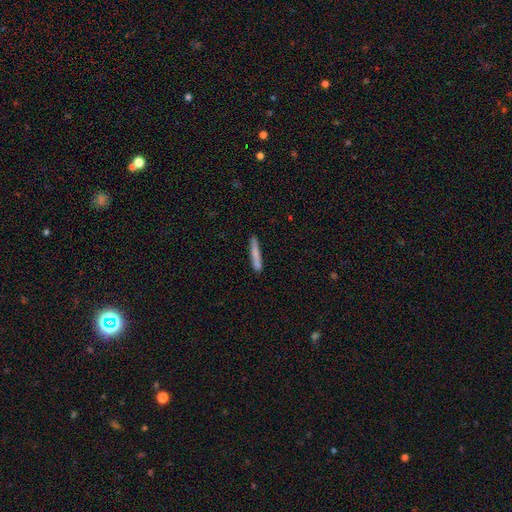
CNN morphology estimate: type=smooth (77%); roundness=cigar-shaped (95%); merging=none (87%).